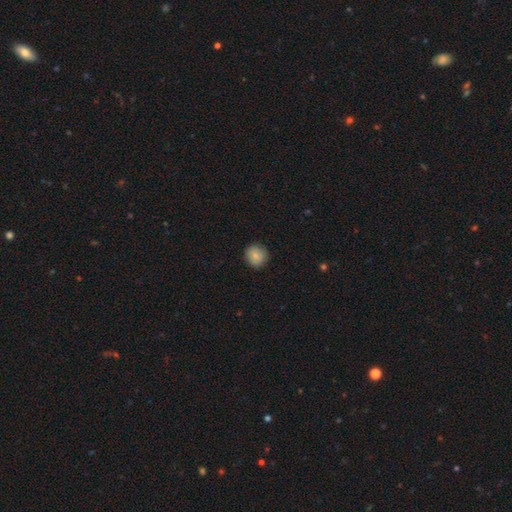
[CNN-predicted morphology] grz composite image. It shows a smooth galaxy with no disk features (84%) that is round (91%). Merging: none (88%).